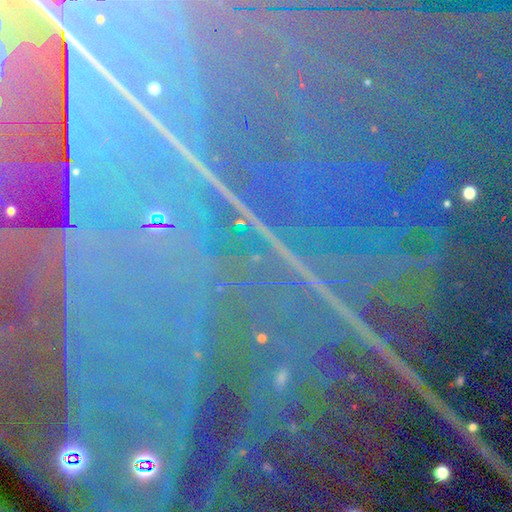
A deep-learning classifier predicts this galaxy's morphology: The model was most divided on "smooth or featured": star or artifact: 90%, featured or disk: 6%, smooth: 4%.